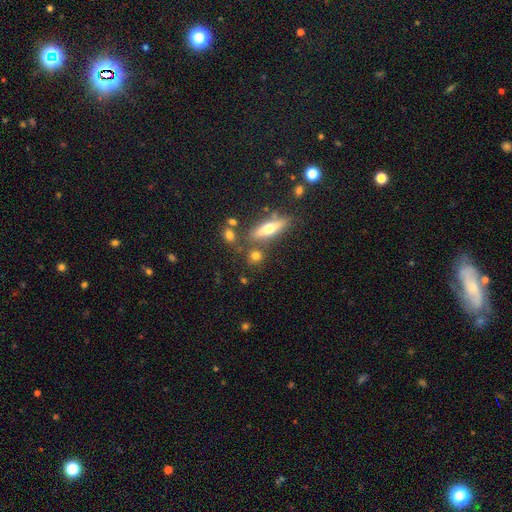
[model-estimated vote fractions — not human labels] smooth_or_featured: smooth (p=0.66) [alt: featured or disk p=0.21]
how_rounded: round (p=0.57) [alt: in between p=0.26]
merging: none (p=0.72) [alt: merger p=0.13]